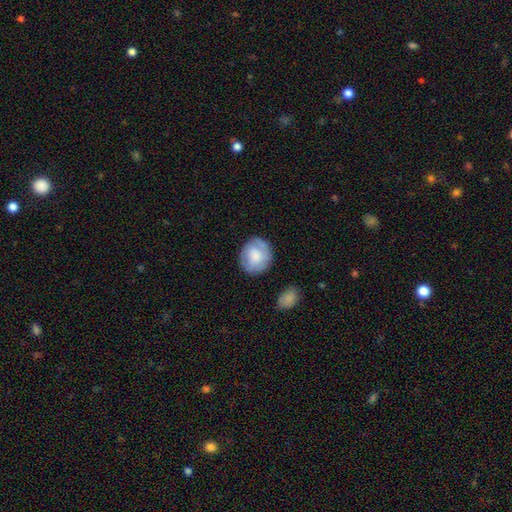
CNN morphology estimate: A smooth galaxy with no disk features (67%) that is round (74%).

Vote fractions:
- Smooth or featured? smooth: 67% / featured or disk: 27% / star or artifact: 7%
- How rounded? round: 74% / in between: 25% / cigar-shaped: 1%
- Merging? none: 73% / minor disturbance: 18% / major disturbance: 5% / merger: 3%